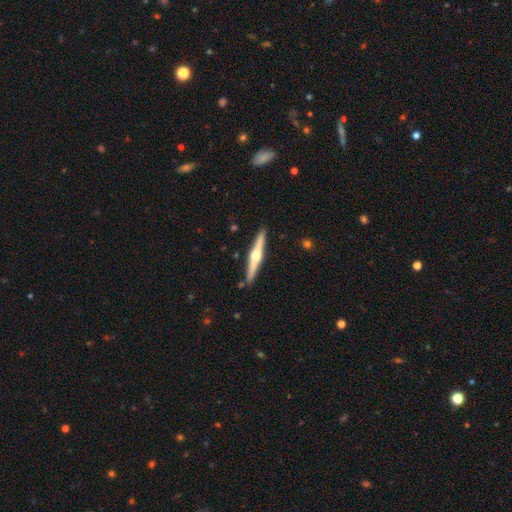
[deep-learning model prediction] Overall: featured or disk (75%). Edge-on disk: yes (98%). Edge-on bulge: rounded (93%). Merging: none (91%).